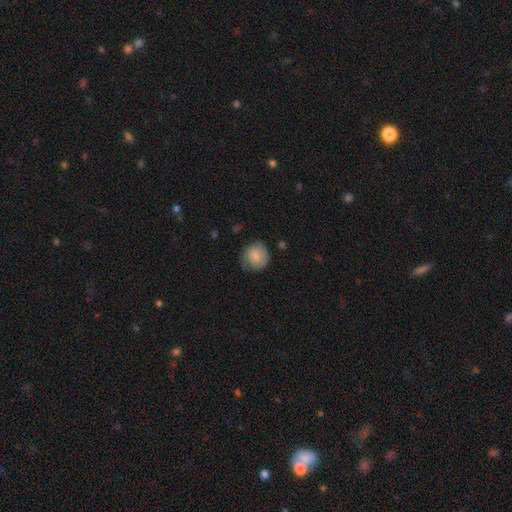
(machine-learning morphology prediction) Smooth or featured?
  - smooth: 81% *
  - featured or disk: 12%
  - star or artifact: 7%
How rounded?
  - round: 82% *
  - in between: 17%
  - cigar-shaped: 1%
Merging?
  - none: 64% *
  - minor disturbance: 27%
  - major disturbance: 7%
  - merger: 2%